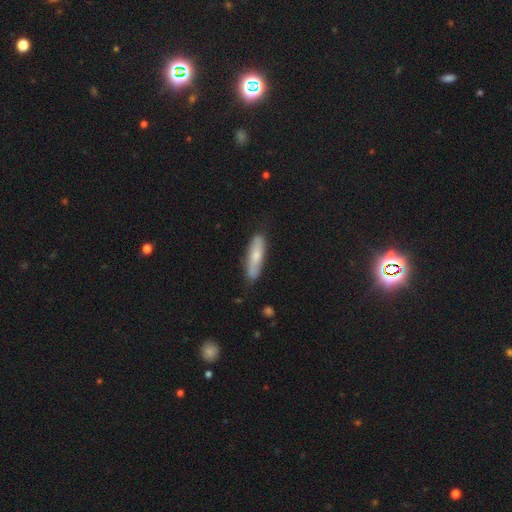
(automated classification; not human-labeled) A smooth galaxy with no disk features (65%) that is cigar-shaped (66%).

Vote fractions:
- Smooth or featured? smooth: 65% / featured or disk: 29% / star or artifact: 6%
- How rounded? cigar-shaped: 66% / in between: 32% / round: 2%
- Merging? none: 78% / minor disturbance: 17% / major disturbance: 3% / merger: 2%